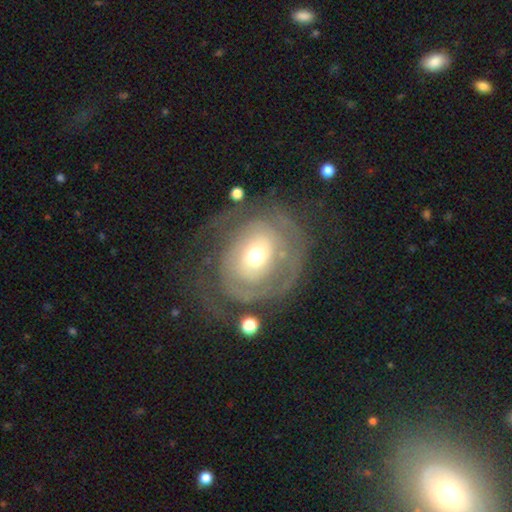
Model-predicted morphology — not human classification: A featured or disk galaxy (70%) with no bar (76%), spiral arms (70%) and a moderate central bulge (56%). Merging: none (51%).